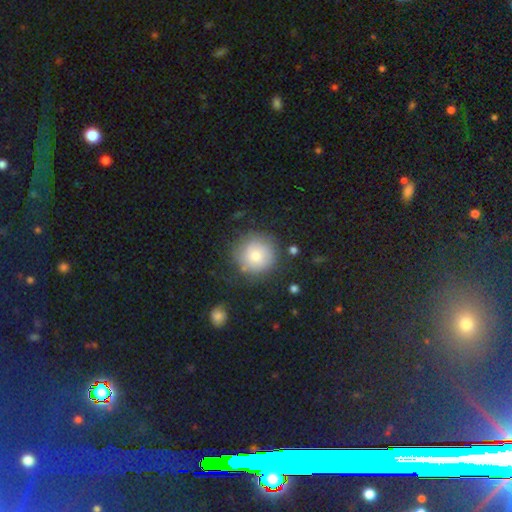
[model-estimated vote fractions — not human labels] A smooth galaxy with no disk features (73%) that is round (93%). Merging: none (74%).